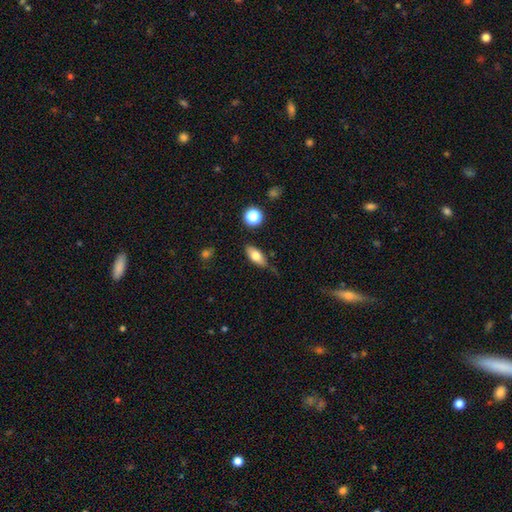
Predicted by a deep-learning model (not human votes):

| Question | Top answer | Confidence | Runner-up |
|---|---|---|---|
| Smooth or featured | smooth | 73% | featured or disk (19%) |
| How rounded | in between | 82% | cigar-shaped (13%) |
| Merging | none | 73% | minor disturbance (19%) |